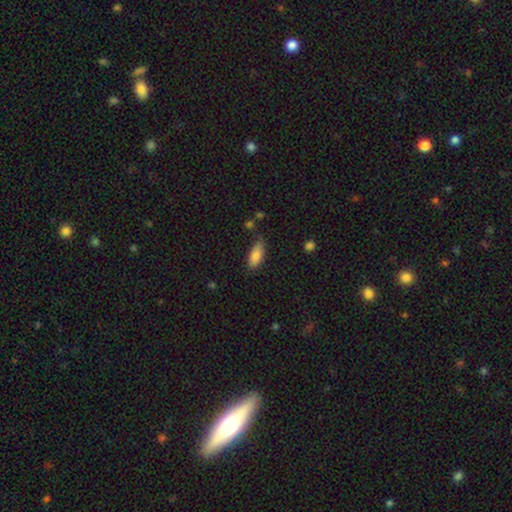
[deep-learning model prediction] Smooth or featured? Predicted: smooth (p=0.84). How rounded? Predicted: in between (p=0.81). Merging? Predicted: none (p=0.68).